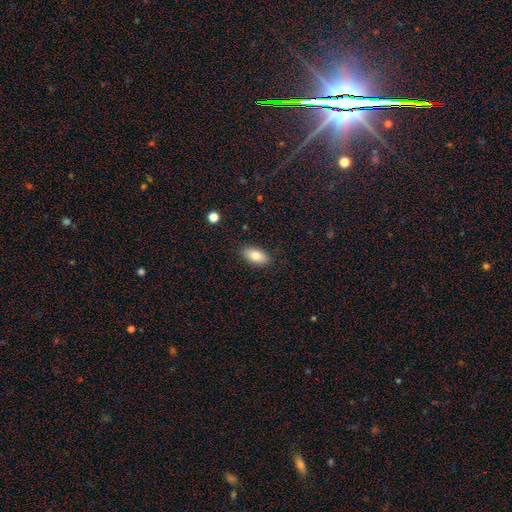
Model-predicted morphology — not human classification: smooth-or-featured: smooth: 81% | featured or disk: 11% | star or artifact: 7%
  how-rounded: in between: 92% | cigar-shaped: 4% | round: 4%
  merging: none: 87% | minor disturbance: 10% | major disturbance: 2% | merger: 1%